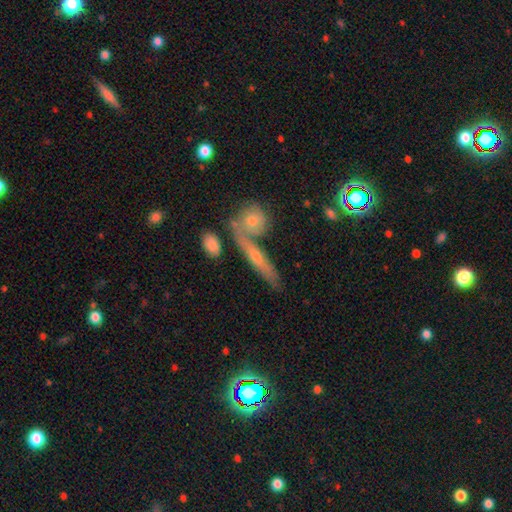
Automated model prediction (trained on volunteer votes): The model was most divided on "smooth or featured": featured or disk: 49%, smooth: 39%, star or artifact: 12%. More confident: merging — none (58%).